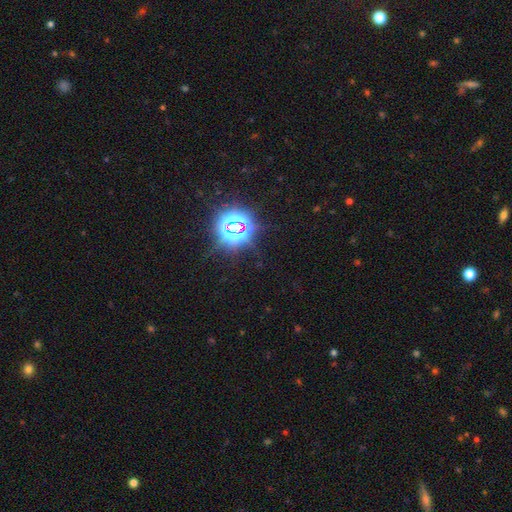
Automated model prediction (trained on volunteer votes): Morphology: type=star or artifact (83%).